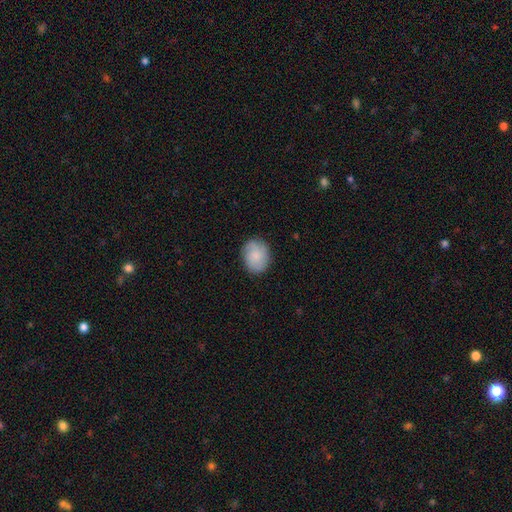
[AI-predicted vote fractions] Overall: smooth (68%). How rounded: round (50%; in between 49%). Merging: none (81%).